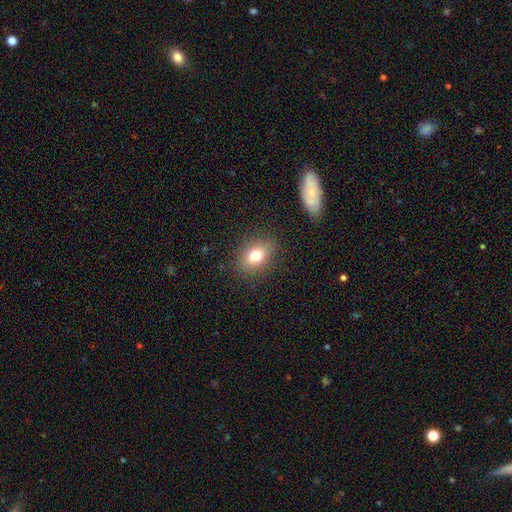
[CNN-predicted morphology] smooth 75%, featured or disk 13%, star or artifact 11%. Down the decision tree: how rounded — in between (68%); merging — none (85%).